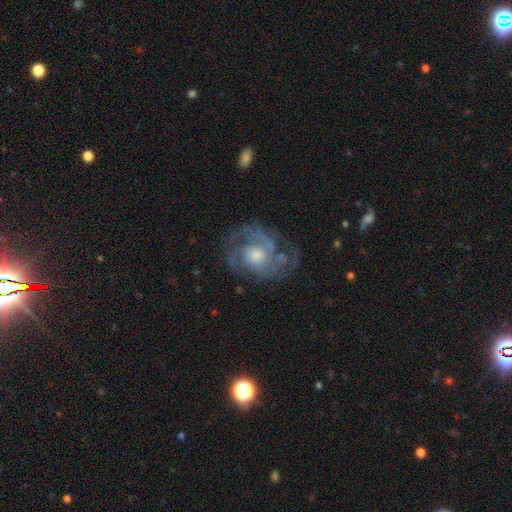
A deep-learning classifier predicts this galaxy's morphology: A featured or disk galaxy (82%) with no bar (73%), 2 (34%) tight (46%) spiral arms (90%) and a moderate central bulge (57%). Merging: none (64%).